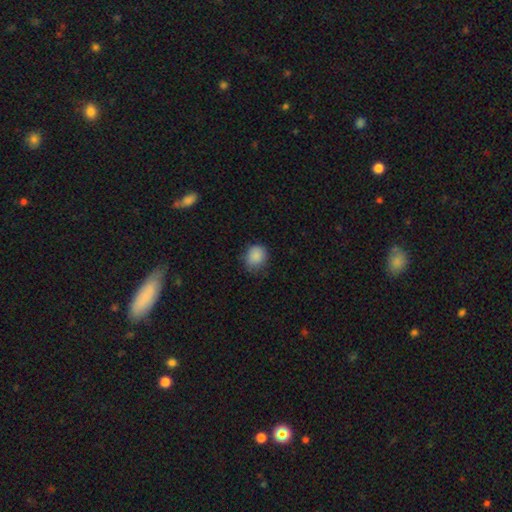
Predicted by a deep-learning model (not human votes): This is clearly a smooth galaxy (87%). How rounded: likely round (74%). Merging: likely none (72%).